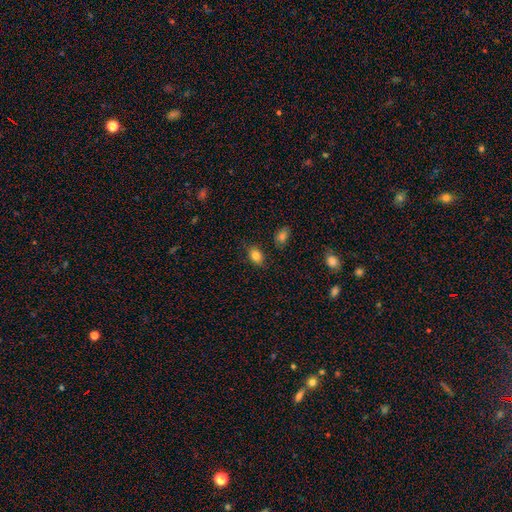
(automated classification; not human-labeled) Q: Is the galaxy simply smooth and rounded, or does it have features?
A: smooth — 84%.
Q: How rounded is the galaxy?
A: in between — 78%.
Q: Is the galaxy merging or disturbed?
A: none — 81%.